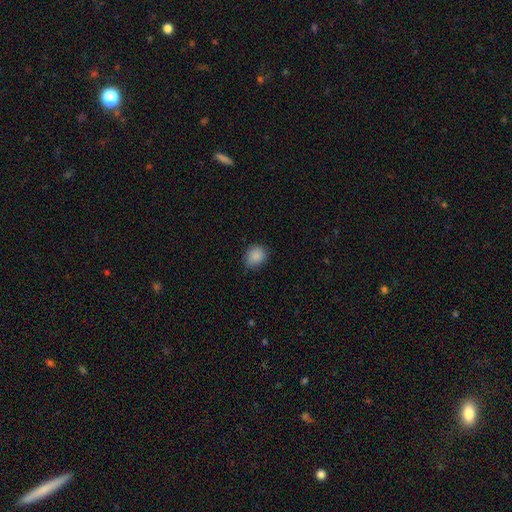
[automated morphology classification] smooth 87%, star or artifact 9%, featured or disk 4%. Down the decision tree: how rounded — round (65%); merging — none (72%).